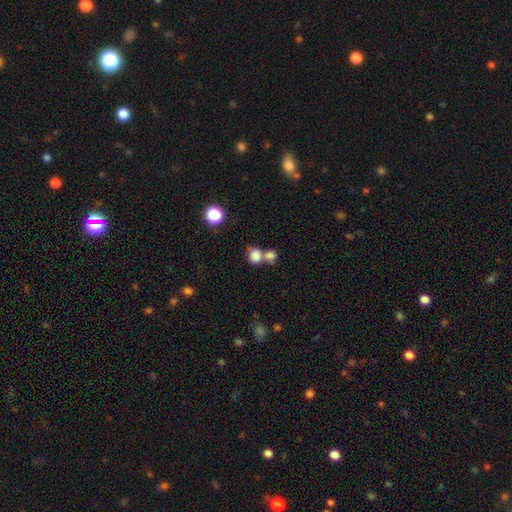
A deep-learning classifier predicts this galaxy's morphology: Smooth or featured: smooth — 81% (star or artifact — 11%)
How rounded: round — 68% (in between — 31%)
Merging: merger — 51% (none — 36%)